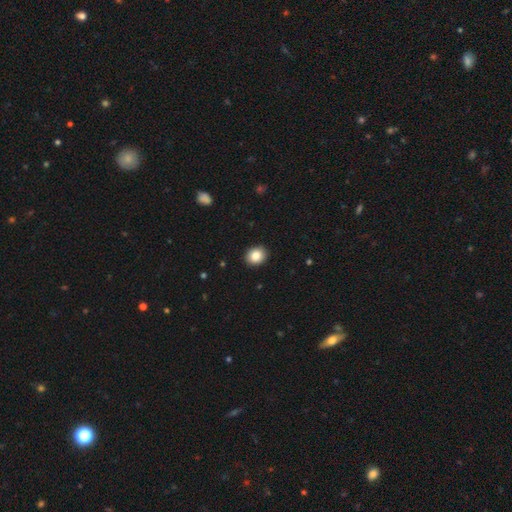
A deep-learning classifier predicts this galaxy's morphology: Smooth or featured? Predicted: smooth (p=0.85). How rounded? Predicted: round (p=0.64). Merging? Predicted: none (p=0.91).